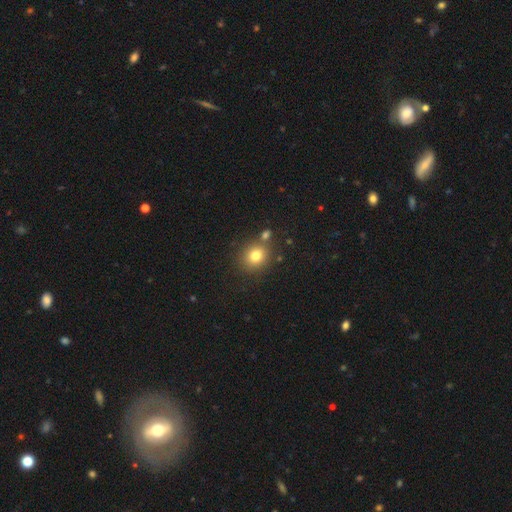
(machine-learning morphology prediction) Smooth or featured? smooth (79%)
How rounded? round (77%)
Merging? none (74%)